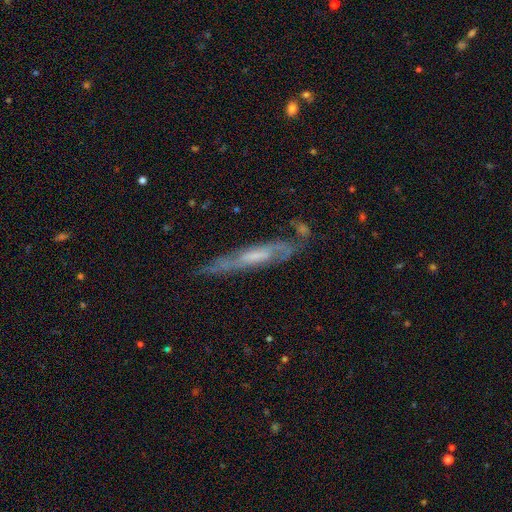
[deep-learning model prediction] smooth_or_featured: featured or disk (p=0.68) [alt: smooth p=0.25]
disk_edge_on: yes (p=0.54) [alt: no p=0.46]
merging: none (p=0.58) [alt: minor disturbance p=0.26]